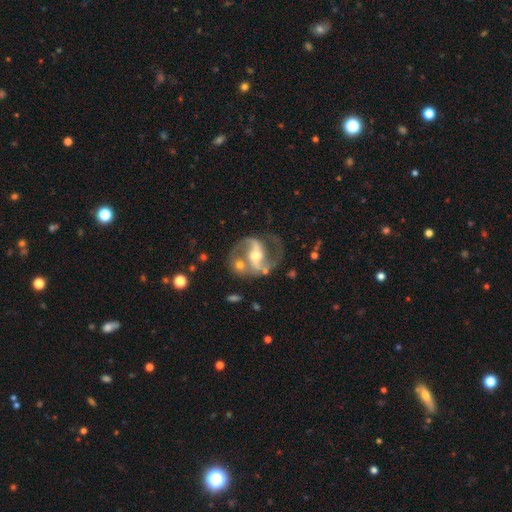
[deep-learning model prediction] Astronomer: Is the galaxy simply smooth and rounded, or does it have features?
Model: featured or disk — 88%.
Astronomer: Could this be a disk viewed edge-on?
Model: no — 97%.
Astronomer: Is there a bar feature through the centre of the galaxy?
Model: strong — 50% (runner-up: weak, 33%).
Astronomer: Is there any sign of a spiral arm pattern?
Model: yes — 95%.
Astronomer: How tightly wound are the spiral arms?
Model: medium — 57%.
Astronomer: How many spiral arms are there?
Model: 2 — 90%.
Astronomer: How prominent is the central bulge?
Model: moderate — 62%.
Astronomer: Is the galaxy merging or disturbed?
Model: none — 58%.